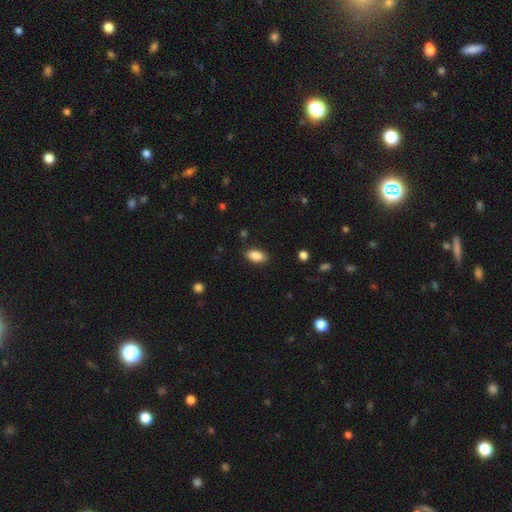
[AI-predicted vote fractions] smooth 87%, star or artifact 8%, featured or disk 5%. Down the decision tree: how rounded — in between (92%); merging — none (86%).